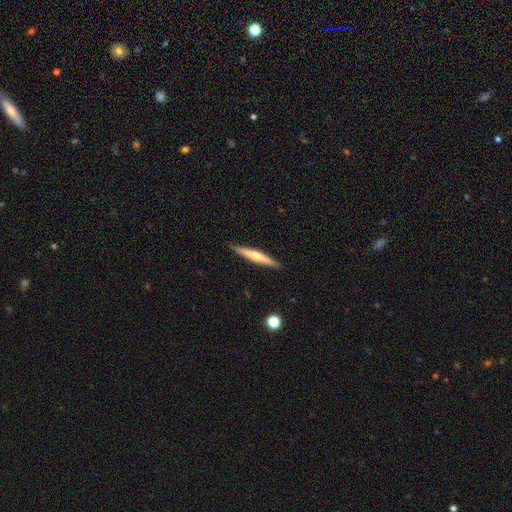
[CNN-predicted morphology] featured or disk 54%, smooth 41%, star or artifact 5%. Down the decision tree: edge-on disk — yes (96%); edge-on bulge — rounded (69%); merging — none (90%).